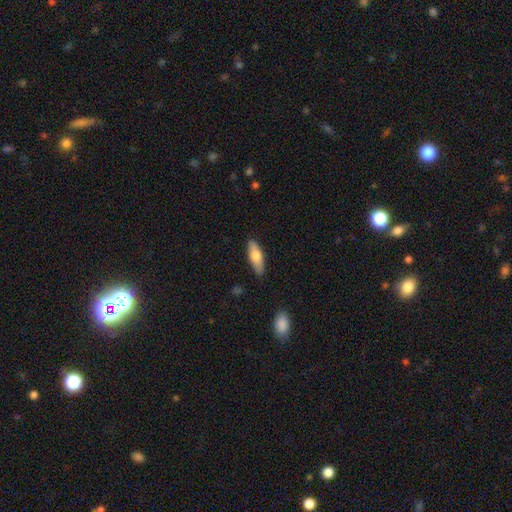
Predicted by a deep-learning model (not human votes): This appears to be a smooth galaxy with no disk features (67%) that is in between round and cigar-shaped (55%). Merging: none (86%).